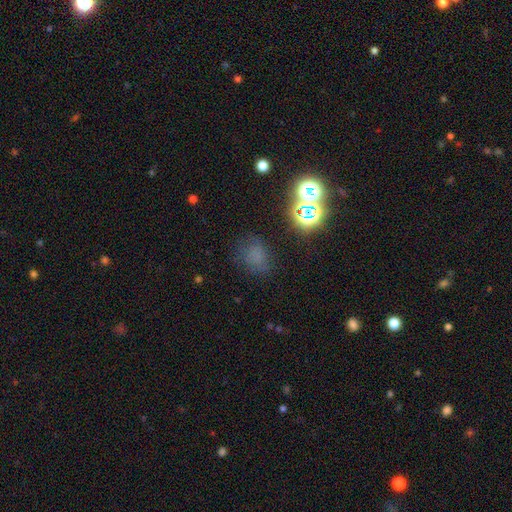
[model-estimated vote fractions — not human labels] Q: Smooth or featured?
A: smooth (54%); runner-up: star or artifact (34%)
Q: How rounded?
A: round (57%); runner-up: in between (42%)
Q: Merging?
A: none (65%); runner-up: minor disturbance (19%)